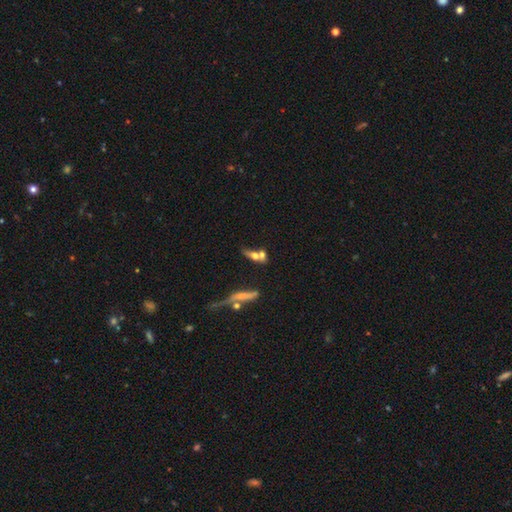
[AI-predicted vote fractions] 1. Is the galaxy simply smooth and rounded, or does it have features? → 56% smooth, 33% featured or disk, 11% star or artifact.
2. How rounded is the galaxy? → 49% in between, 37% cigar-shaped, 14% round.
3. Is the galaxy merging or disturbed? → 50% merger, 32% none, 11% minor disturbance, 7% major disturbance.